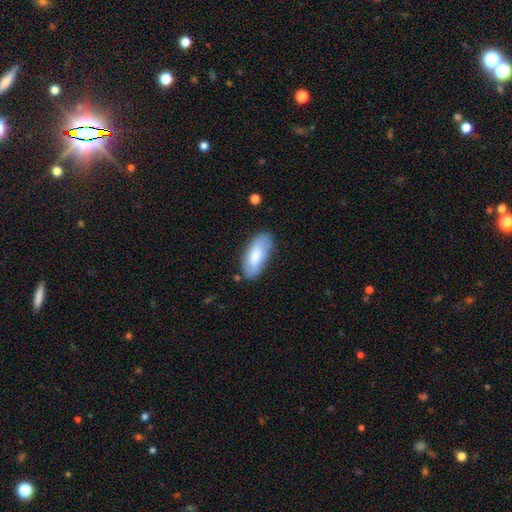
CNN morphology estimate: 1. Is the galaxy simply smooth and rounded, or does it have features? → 76% smooth, 18% featured or disk, 6% star or artifact.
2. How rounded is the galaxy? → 85% in between, 13% cigar-shaped, 2% round.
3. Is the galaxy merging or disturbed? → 77% none, 17% minor disturbance, 4% major disturbance, 2% merger.